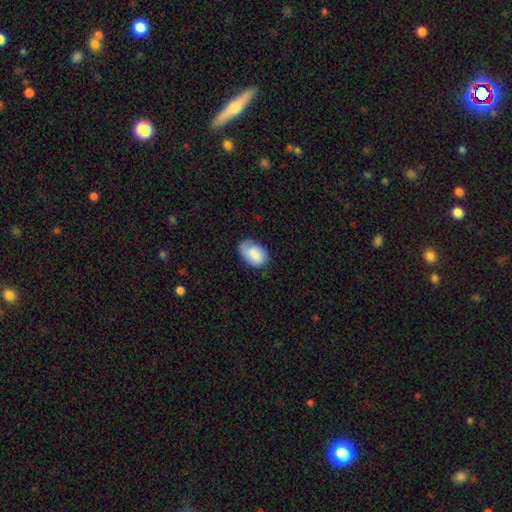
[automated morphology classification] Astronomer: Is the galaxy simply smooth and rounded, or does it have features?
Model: smooth — 82%.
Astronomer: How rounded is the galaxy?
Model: in between — 88%.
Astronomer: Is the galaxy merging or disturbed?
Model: none — 65%.